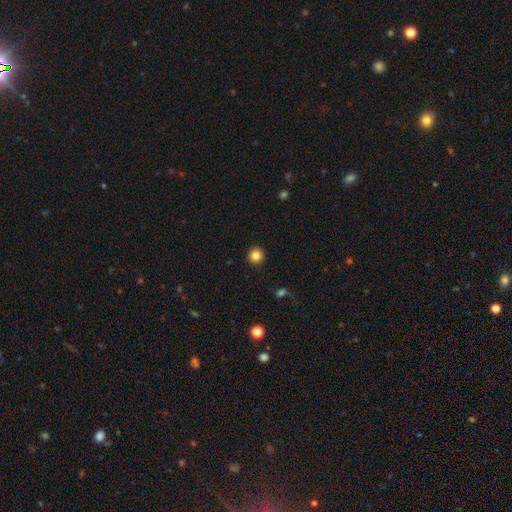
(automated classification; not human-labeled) Smooth or featured: smooth — 84% (star or artifact — 11%)
How rounded: round — 94% (in between — 5%)
Merging: none — 92% (minor disturbance — 5%)